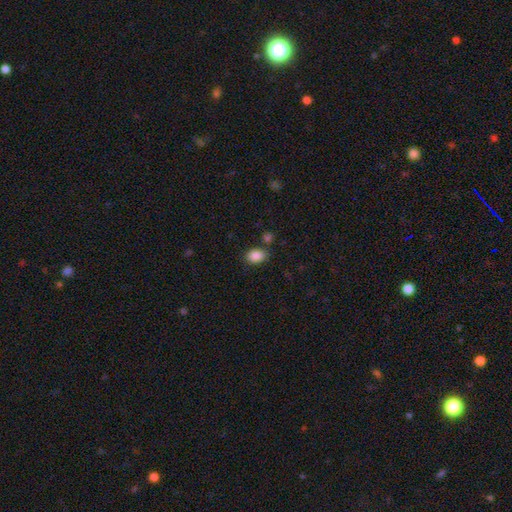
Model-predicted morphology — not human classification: A smooth galaxy with no disk features (88%) that is in between round and cigar-shaped (77%). Merging: none (77%).